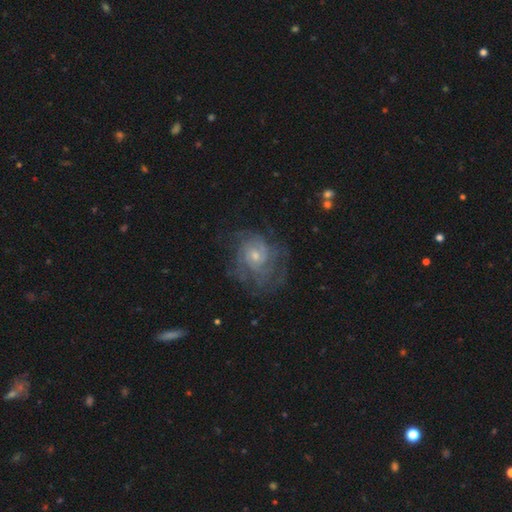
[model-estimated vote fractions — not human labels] A featured or disk galaxy (80%) with no bar (72%), tight (60%) spiral arms (90%) and a small central bulge (57%).

Vote fractions:
- Smooth or featured? featured or disk: 80% / smooth: 12% / star or artifact: 8%
- Edge-on disk? no: 98% / yes: 2%
- Bar? no: 72% / weak: 24% / strong: 3%
- Spiral arms? yes: 90% / no: 10%
- Spiral winding? tight: 60% / medium: 31% / loose: 9%
- Spiral arm count? can't tell: 43% / 2: 21% / 3: 16% / 4: 10% / more than 4: 6% / 1: 5%
- Bulge size? small: 57% / moderate: 38% / none: 2% / large: 2% / dominant: 1%
- Merging? none: 66% / minor disturbance: 19% / major disturbance: 14% / merger: 1%